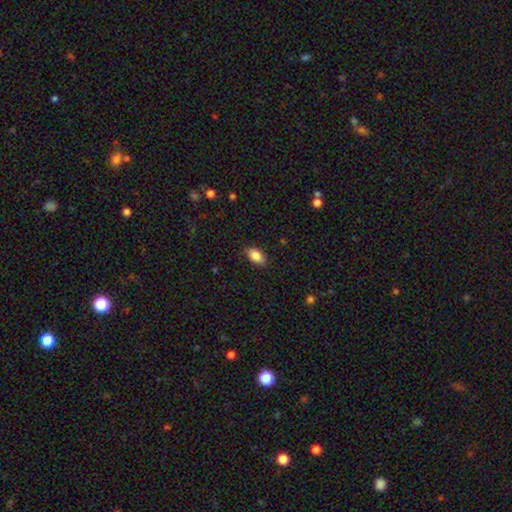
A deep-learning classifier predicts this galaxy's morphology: Q: Smooth or featured?
A: smooth (87%); runner-up: star or artifact (7%)
Q: How rounded?
A: in between (92%); runner-up: round (4%)
Q: Merging?
A: none (87%); runner-up: minor disturbance (10%)